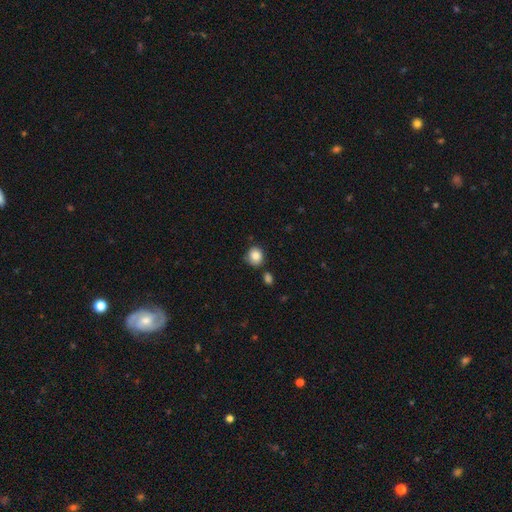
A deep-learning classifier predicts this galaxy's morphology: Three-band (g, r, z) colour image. It shows a smooth galaxy with no disk features (84%) that is round (81%). Merging: none (78%).